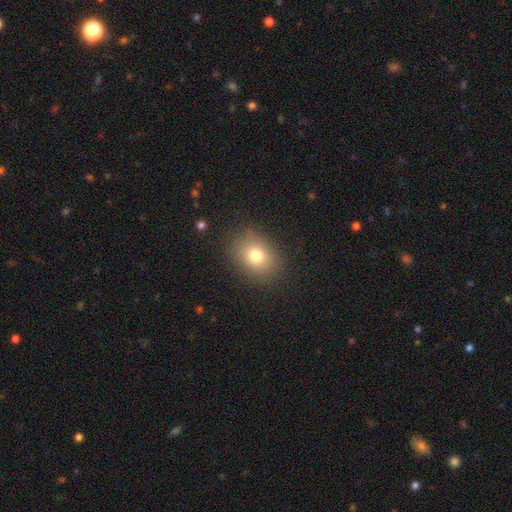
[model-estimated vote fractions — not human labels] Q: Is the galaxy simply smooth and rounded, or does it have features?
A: smooth — 76%.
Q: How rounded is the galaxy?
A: in between — 58%.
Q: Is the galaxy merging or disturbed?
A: none — 85%.